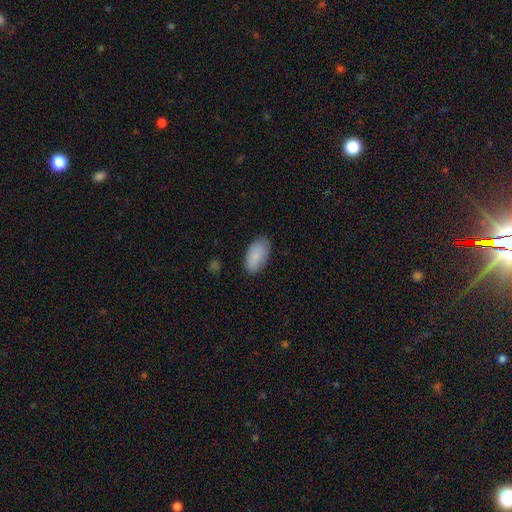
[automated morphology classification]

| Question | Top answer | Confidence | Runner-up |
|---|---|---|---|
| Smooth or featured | smooth | 86% | featured or disk (8%) |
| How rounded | in between | 94% | round (3%) |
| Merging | none | 82% | minor disturbance (14%) |